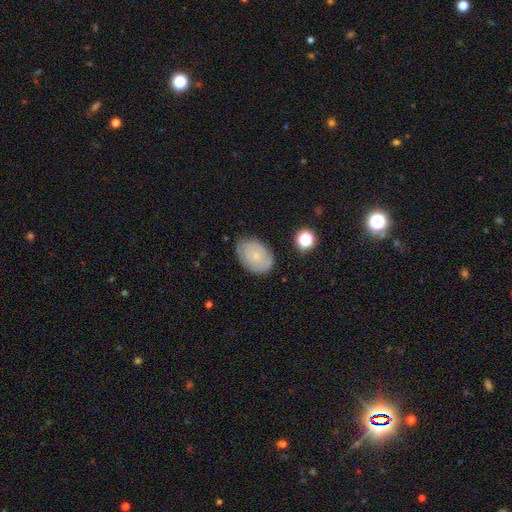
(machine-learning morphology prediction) Smooth or featured?
  - smooth: 56% *
  - featured or disk: 36%
  - star or artifact: 8%
How rounded?
  - in between: 81% *
  - round: 18%
  - cigar-shaped: 1%
Merging?
  - none: 76% *
  - minor disturbance: 18%
  - major disturbance: 4%
  - merger: 2%